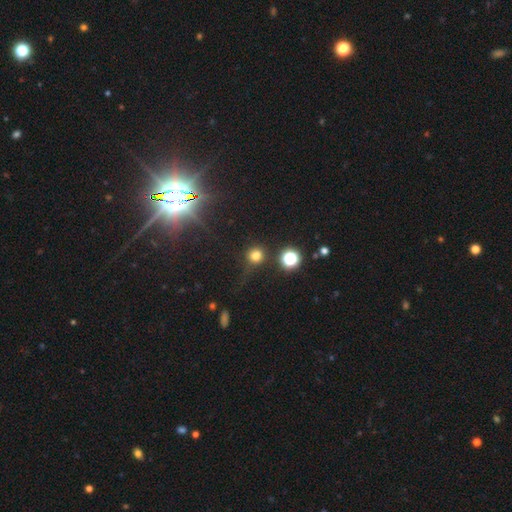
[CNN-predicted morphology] Overall: smooth (73%). How rounded: round (91%). Merging: none (74%).